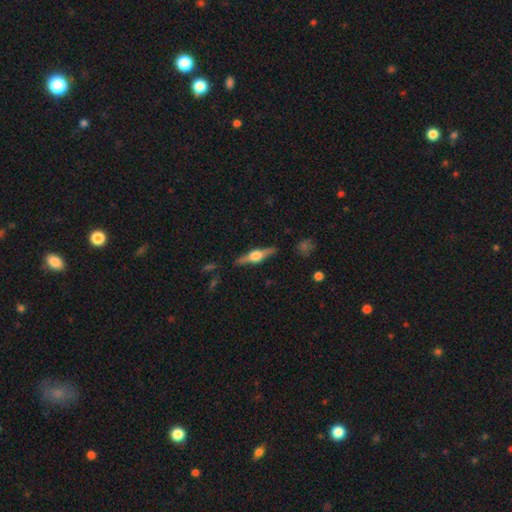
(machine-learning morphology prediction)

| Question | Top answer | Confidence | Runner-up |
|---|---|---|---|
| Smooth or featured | featured or disk | 74% | smooth (20%) |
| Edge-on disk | yes | 97% | no (3%) |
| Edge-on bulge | rounded | 93% | boxy (6%) |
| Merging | none | 88% | minor disturbance (9%) |